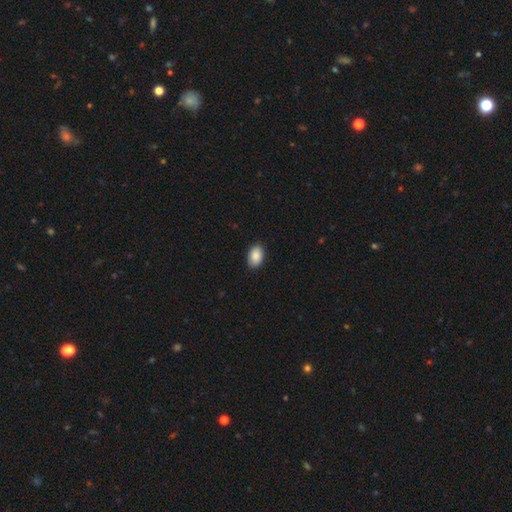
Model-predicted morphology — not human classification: Smooth or featured: smooth — 89% (star or artifact — 7%)
How rounded: in between — 89% (round — 9%)
Merging: none — 88% (minor disturbance — 9%)